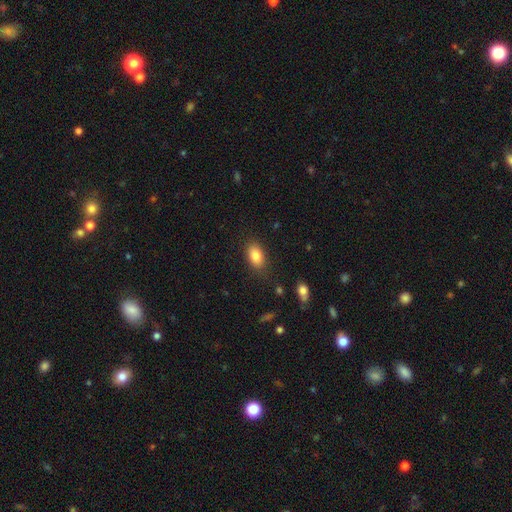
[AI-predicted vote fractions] smooth_or_featured: smooth (p=0.85) [alt: star or artifact p=0.08]
how_rounded: in between (p=0.89) [alt: round p=0.08]
merging: none (p=0.84) [alt: minor disturbance p=0.11]